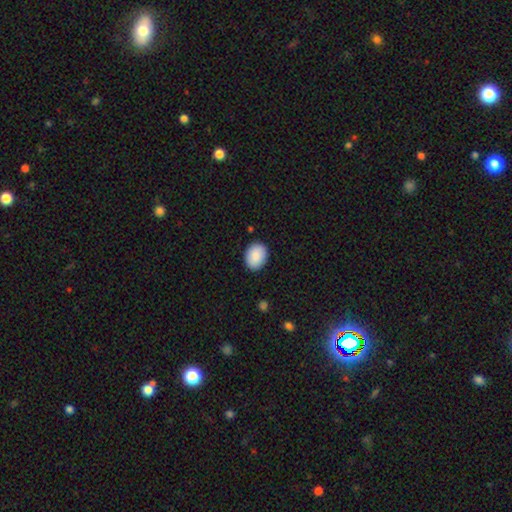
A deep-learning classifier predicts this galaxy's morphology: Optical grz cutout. It shows a smooth galaxy with no disk features (89%) that is in between round and cigar-shaped (63%). Merging: none (89%).